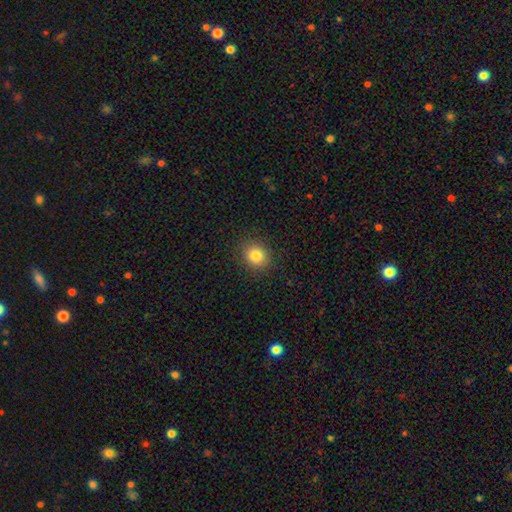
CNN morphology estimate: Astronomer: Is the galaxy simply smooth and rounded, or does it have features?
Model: smooth — 83%.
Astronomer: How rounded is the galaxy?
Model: round — 75%.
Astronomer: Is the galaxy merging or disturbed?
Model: none — 89%.